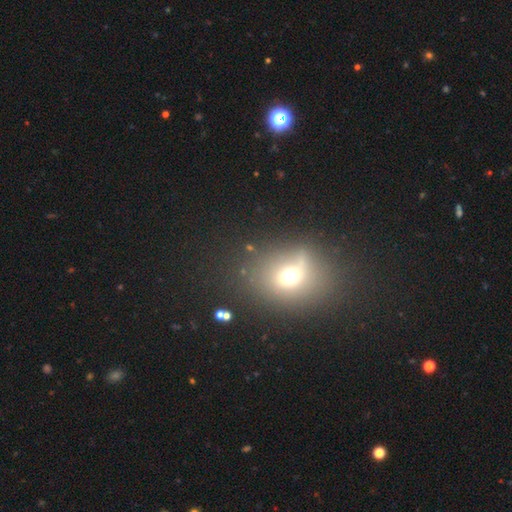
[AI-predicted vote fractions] smooth 53%, featured or disk 23%, star or artifact 23%. Down the decision tree: how rounded — round (53%); merging — none (59%).